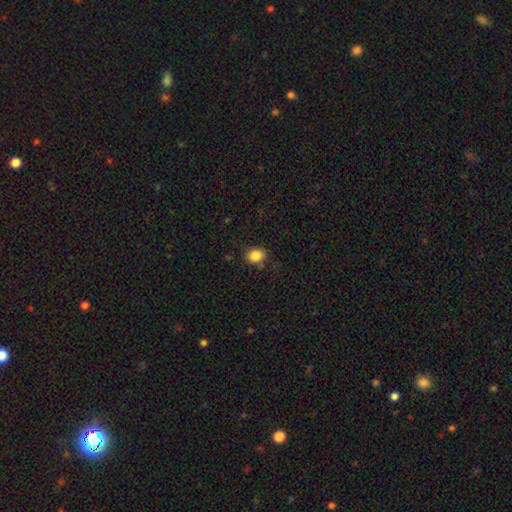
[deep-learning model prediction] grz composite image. It shows a smooth galaxy with no disk features (85%) that is round (57%). Merging: none (81%).